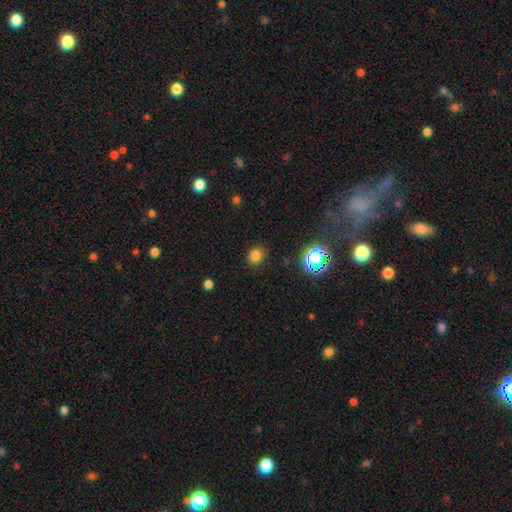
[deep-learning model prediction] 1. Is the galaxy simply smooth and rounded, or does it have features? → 78% smooth, 17% star or artifact, 5% featured or disk.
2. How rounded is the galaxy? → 75% round, 24% in between, 1% cigar-shaped.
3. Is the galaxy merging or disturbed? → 87% none, 9% minor disturbance, 3% major disturbance, 1% merger.